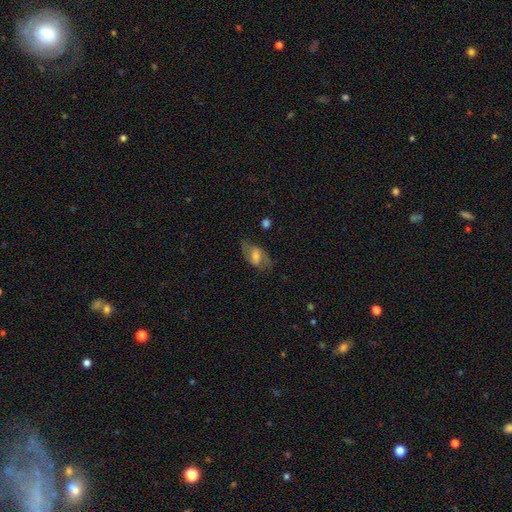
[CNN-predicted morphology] Smooth or featured? featured or disk (52%)
Edge-on disk? no (92%)
Merging? none (70%)